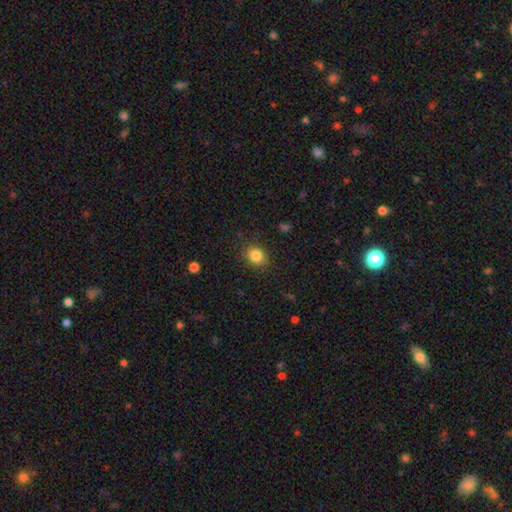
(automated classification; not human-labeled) smooth 85%, star or artifact 10%, featured or disk 6%. Down the decision tree: how rounded — round (50%); merging — none (85%).